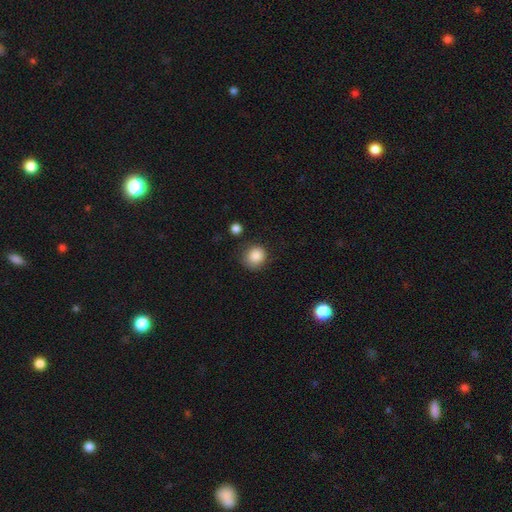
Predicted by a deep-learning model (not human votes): Q: Smooth or featured?
A: smooth (86%); runner-up: star or artifact (9%)
Q: How rounded?
A: round (85%); runner-up: in between (14%)
Q: Merging?
A: none (76%); runner-up: minor disturbance (16%)